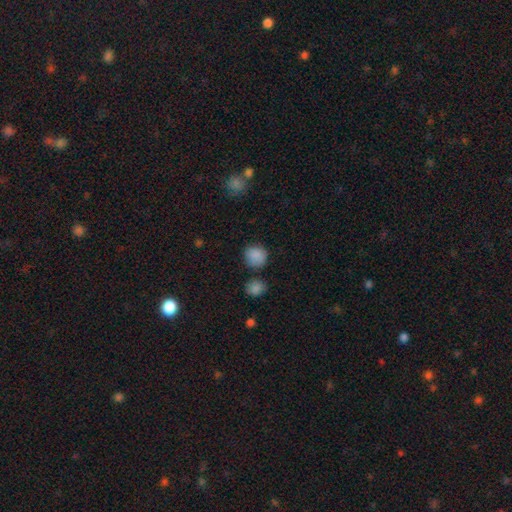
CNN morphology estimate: This is clearly a smooth galaxy (86%). How rounded: clearly round (86%). Merging: likely none (77%).